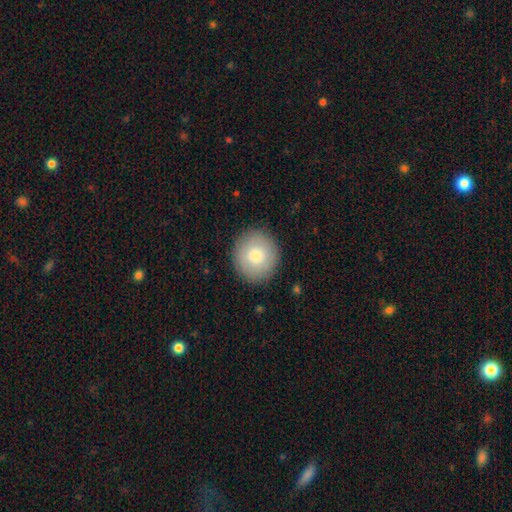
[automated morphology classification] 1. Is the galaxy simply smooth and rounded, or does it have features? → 79% smooth, 13% featured or disk, 8% star or artifact.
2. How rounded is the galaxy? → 88% round, 11% in between, 1% cigar-shaped.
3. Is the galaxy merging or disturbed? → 91% none, 7% minor disturbance, 2% major disturbance, 1% merger.